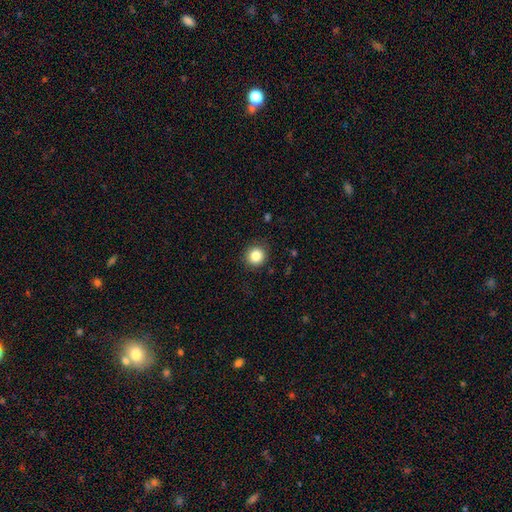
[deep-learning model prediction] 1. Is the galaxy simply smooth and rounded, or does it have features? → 85% smooth, 10% star or artifact, 5% featured or disk.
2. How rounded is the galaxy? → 92% round, 7% in between, 1% cigar-shaped.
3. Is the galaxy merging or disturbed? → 89% none, 8% minor disturbance, 2% major disturbance, 1% merger.